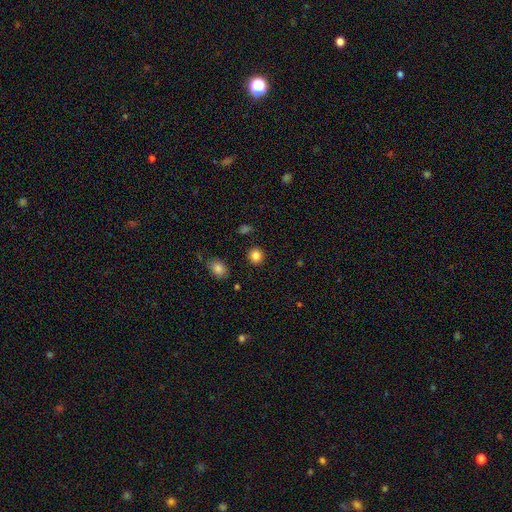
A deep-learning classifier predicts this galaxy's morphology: A smooth galaxy with no disk features (85%) that is round (88%). Merging: none (90%).